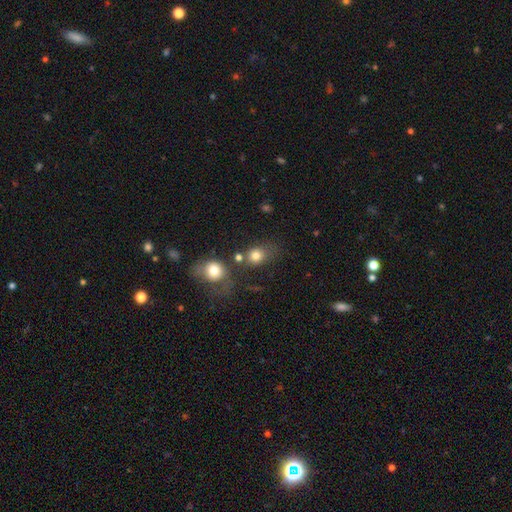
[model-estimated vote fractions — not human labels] Smooth or featured? Predicted: smooth (p=0.79). How rounded? Predicted: round (p=0.57). Merging? Predicted: none (p=0.50).